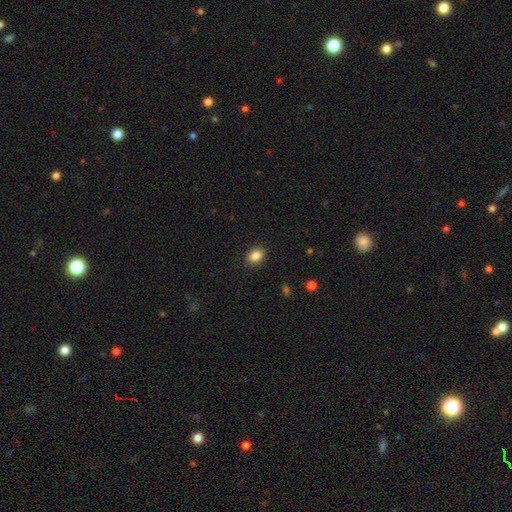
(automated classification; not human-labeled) Smooth or featured?
  - smooth: 85% *
  - star or artifact: 10%
  - featured or disk: 5%
How rounded?
  - in between: 70% *
  - round: 29%
  - cigar-shaped: 1%
Merging?
  - none: 89% *
  - minor disturbance: 7%
  - major disturbance: 2%
  - merger: 1%